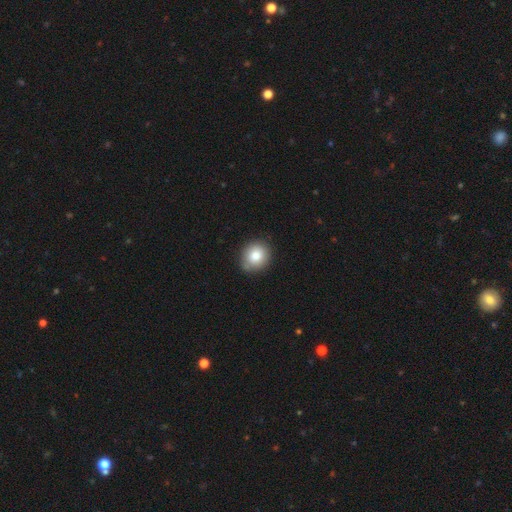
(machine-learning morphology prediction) type=smooth (79%); roundness=round (77%); merging=none (82%).